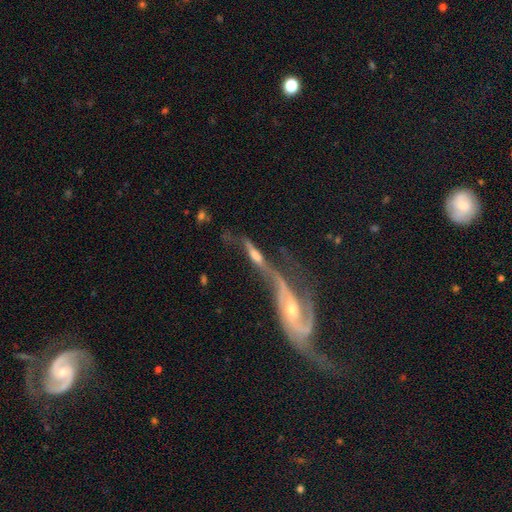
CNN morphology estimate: smooth-or-featured: featured or disk: 72% | smooth: 19% | star or artifact: 10%
  disk-edge-on: no: 61% | yes: 39%
  merging: merger: 61% | none: 16% | major disturbance: 14% | minor disturbance: 9%